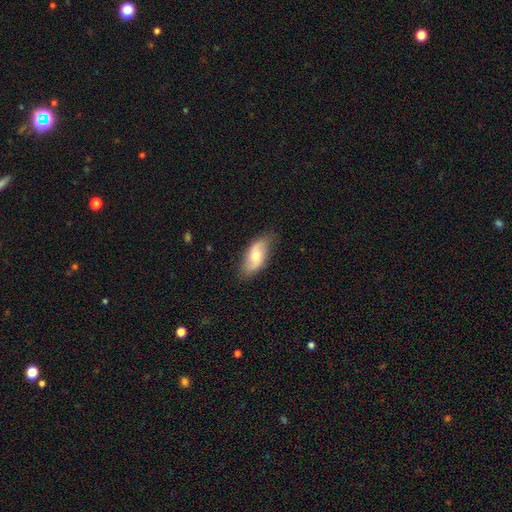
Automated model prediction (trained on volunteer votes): This is possibly a featured or disk galaxy (48%). Merging: likely none (79%).